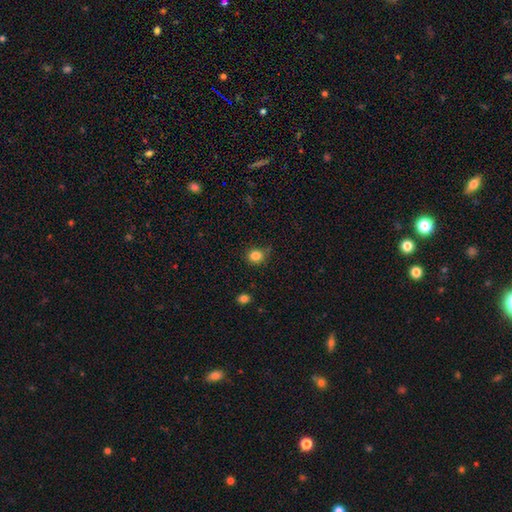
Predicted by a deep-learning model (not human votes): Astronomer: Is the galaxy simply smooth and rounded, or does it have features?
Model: smooth — 83%.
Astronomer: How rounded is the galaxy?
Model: round — 76%.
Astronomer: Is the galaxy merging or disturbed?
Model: none — 74%.